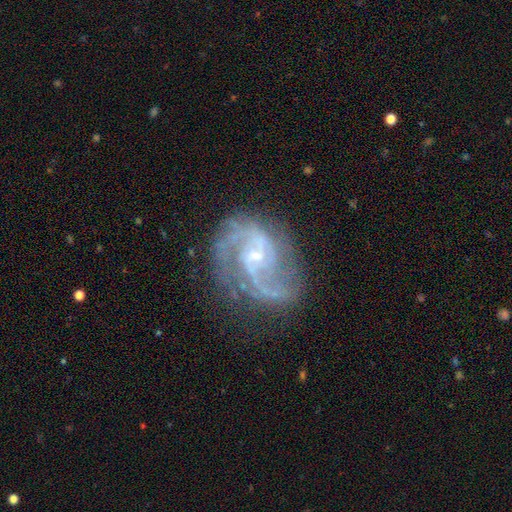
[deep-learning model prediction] This is clearly a featured or disk galaxy (90%). It is clearly not viewed edge-on (98%). Bar: possibly no (47%). Spiral arm pattern: clearly yes (97%). Spiral arm count: likely 2 (70%). Spiral winding: possibly medium (55%). Central bulge: likely small (74%). Merging: likely none (68%).